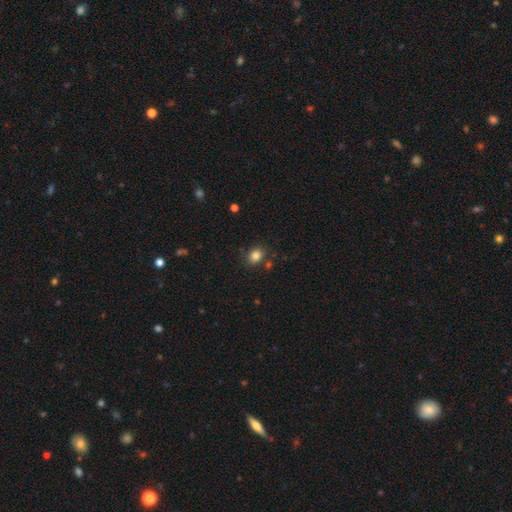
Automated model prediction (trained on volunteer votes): smooth-or-featured: smooth: 83% | star or artifact: 11% | featured or disk: 6%
  how-rounded: round: 55% | in between: 45% | cigar-shaped: 1%
  merging: none: 78% | minor disturbance: 12% | merger: 6% | major disturbance: 4%